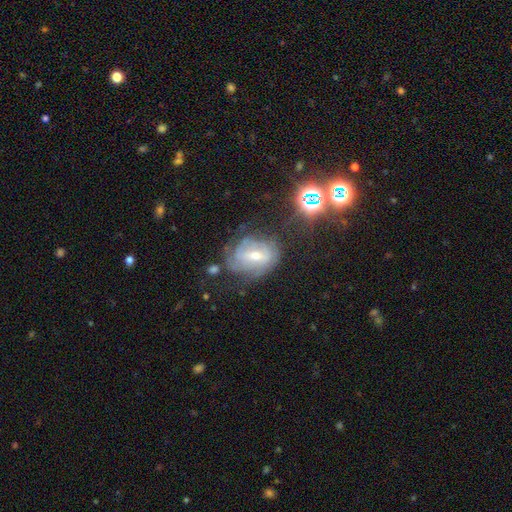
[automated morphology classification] smooth_or_featured: featured or disk (p=0.70) [alt: smooth p=0.19]
disk_edge_on: no (p=0.95) [alt: yes p=0.05]
bar: weak (p=0.50) [alt: no p=0.27]
has_spiral_arms: yes (p=0.82) [alt: no p=0.18]
spiral_winding: tight (p=0.53) [alt: medium p=0.33]
spiral_arm_count: can't tell (p=0.47) [alt: 2 p=0.25]
bulge_size: moderate (p=0.52) [alt: small p=0.43]
merging: none (p=0.53) [alt: minor disturbance p=0.26]